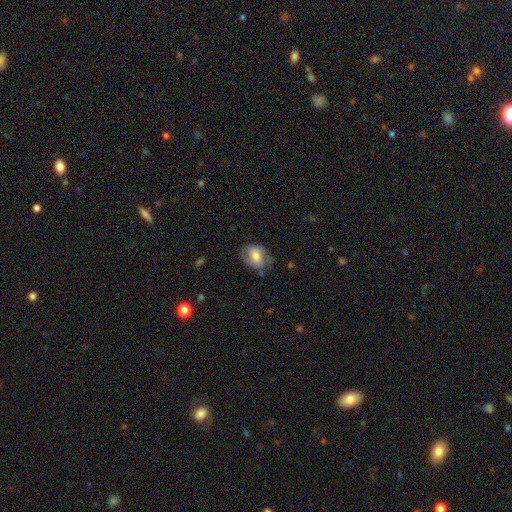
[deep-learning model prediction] featured or disk 49%, smooth 43%, star or artifact 7%. Down the decision tree: merging — none (63%).